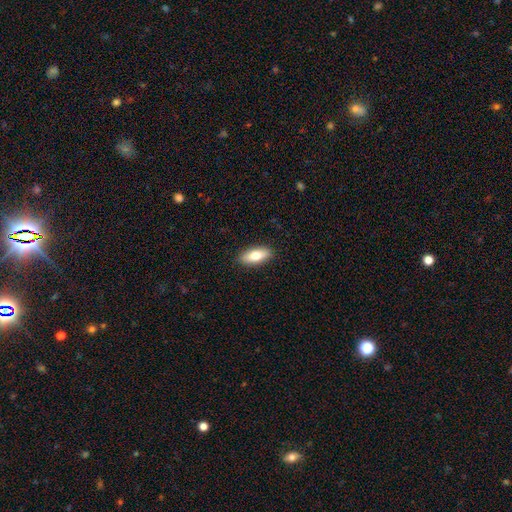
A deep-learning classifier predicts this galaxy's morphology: This is likely a smooth galaxy (76%). How rounded: likely in between (80%). Merging: clearly none (90%).